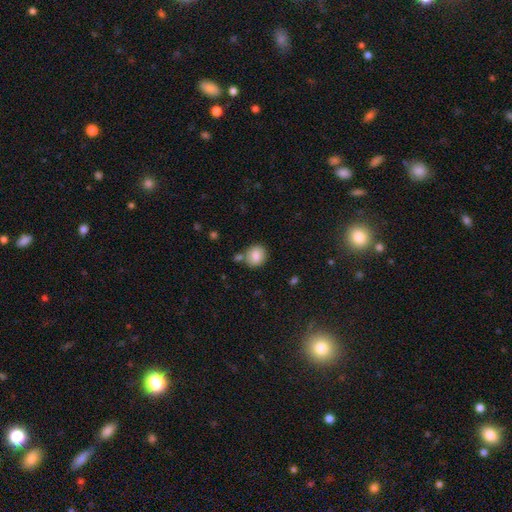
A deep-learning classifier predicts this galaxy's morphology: Q: Smooth or featured?
A: smooth (84%); runner-up: star or artifact (8%)
Q: How rounded?
A: round (71%); runner-up: in between (28%)
Q: Merging?
A: none (69%); runner-up: minor disturbance (14%)